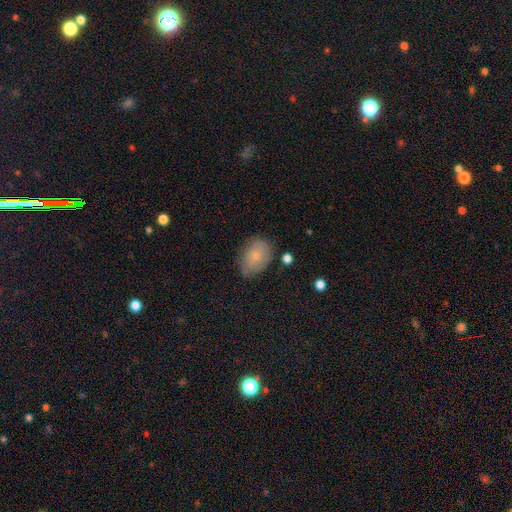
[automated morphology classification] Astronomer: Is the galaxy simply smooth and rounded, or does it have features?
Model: smooth — 72%.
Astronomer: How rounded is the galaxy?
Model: in between — 71%.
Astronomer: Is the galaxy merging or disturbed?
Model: none — 67%.